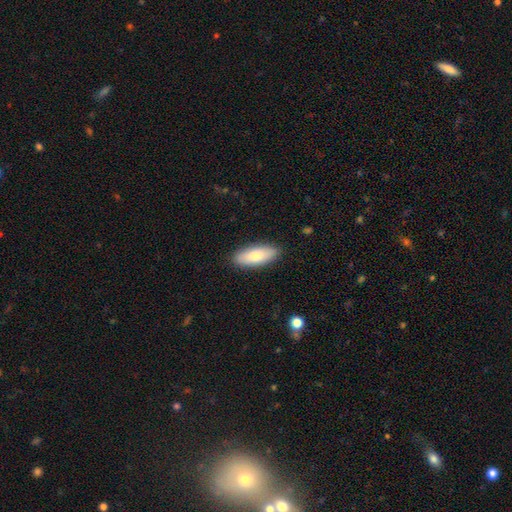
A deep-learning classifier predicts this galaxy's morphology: smooth-or-featured: smooth: 80% | featured or disk: 14% | star or artifact: 6%
  how-rounded: in between: 77% | cigar-shaped: 21% | round: 2%
  merging: none: 88% | minor disturbance: 9% | major disturbance: 2% | merger: 1%